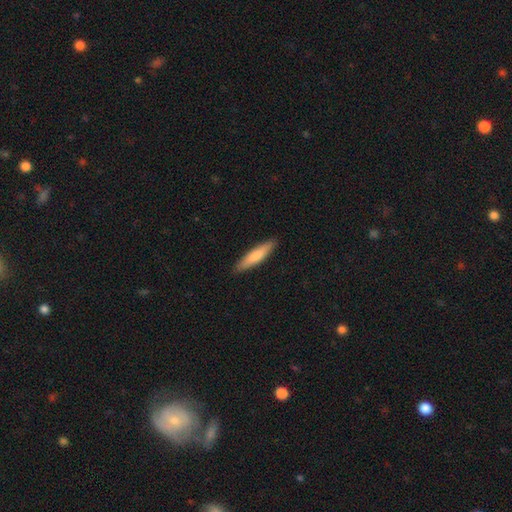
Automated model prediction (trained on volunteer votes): Morphology: type=smooth (77%); roundness=cigar-shaped (84%); merging=none (90%).